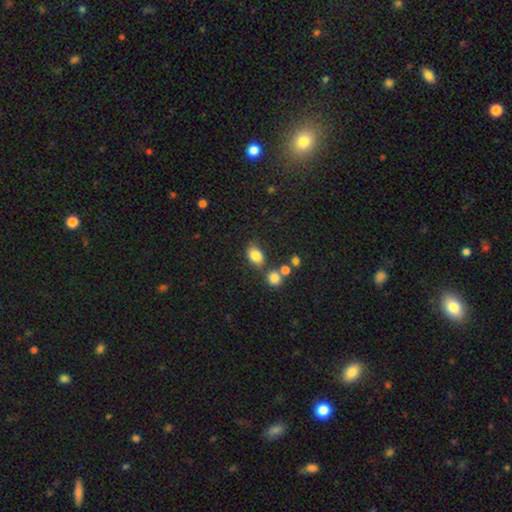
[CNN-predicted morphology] Q: Smooth or featured?
A: smooth (83%); runner-up: star or artifact (10%)
Q: How rounded?
A: in between (76%); runner-up: round (22%)
Q: Merging?
A: none (65%); runner-up: minor disturbance (15%)